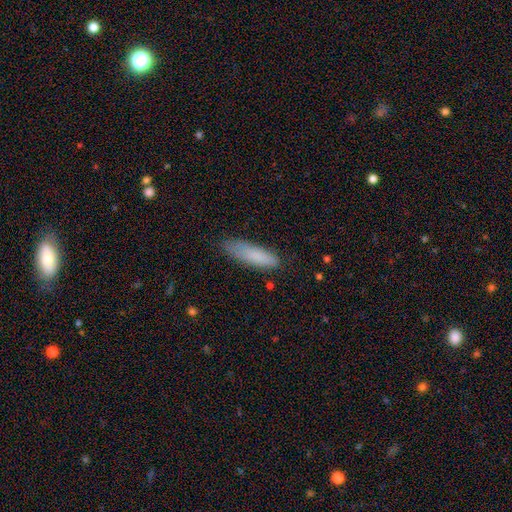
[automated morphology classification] Smooth or featured? smooth (84%)
How rounded? cigar-shaped (62%)
Merging? none (72%)